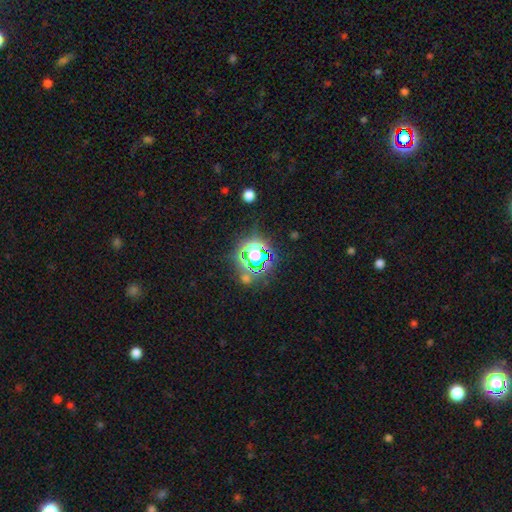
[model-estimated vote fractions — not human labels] Q: Smooth or featured?
A: star or artifact (65%); runner-up: smooth (25%)